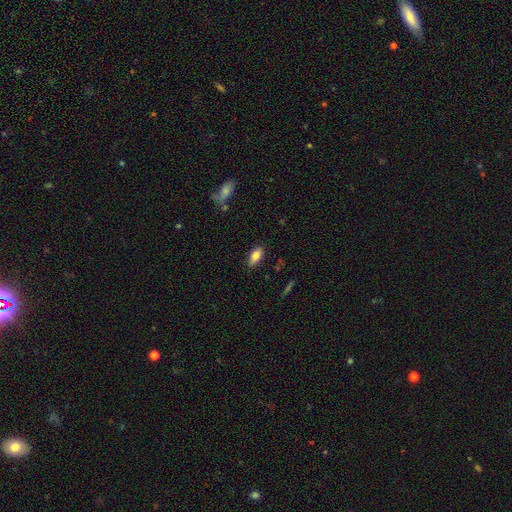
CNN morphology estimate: This is clearly a smooth galaxy (82%). How rounded: clearly in between (88%). Merging: clearly none (83%).